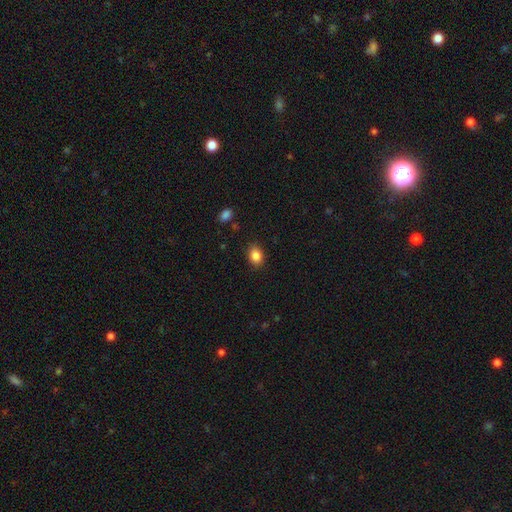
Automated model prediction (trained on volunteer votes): The model was most divided on "how rounded": in between: 67%, round: 32%, cigar-shaped: 1%. More confident: merging — none (87%); smooth or featured — smooth (86%).